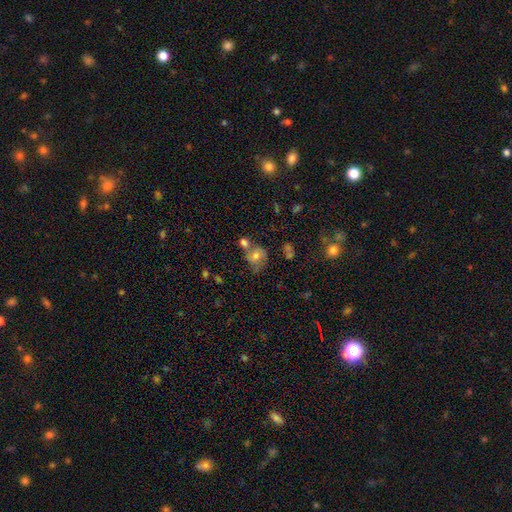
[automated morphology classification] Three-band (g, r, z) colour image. It shows a smooth galaxy with no disk features (62%) that is round (64%). Merging: none (41%).